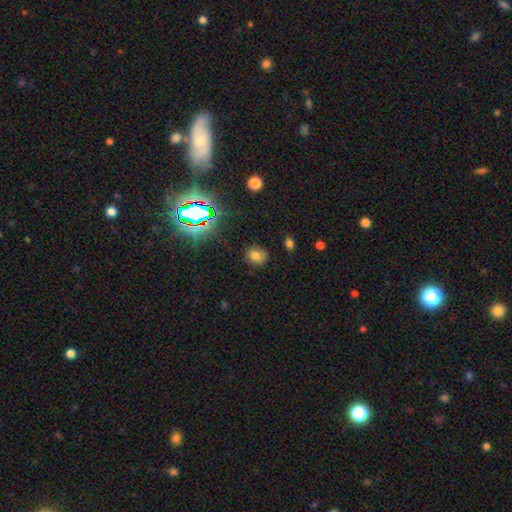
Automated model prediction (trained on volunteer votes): Overall: smooth (70%). How rounded: round (72%). Merging: none (82%).